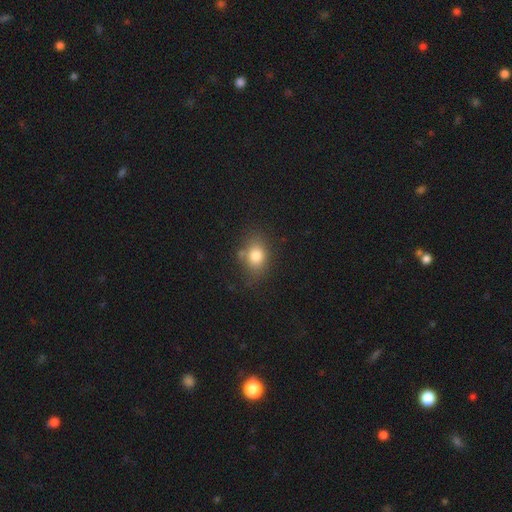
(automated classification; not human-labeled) A smooth galaxy with no disk features (79%) that is in between round and cigar-shaped (58%).

Vote fractions:
- Smooth or featured? smooth: 79% / star or artifact: 11% / featured or disk: 10%
- How rounded? in between: 58% / round: 41% / cigar-shaped: 1%
- Merging? none: 67% / minor disturbance: 20% / merger: 7% / major disturbance: 6%